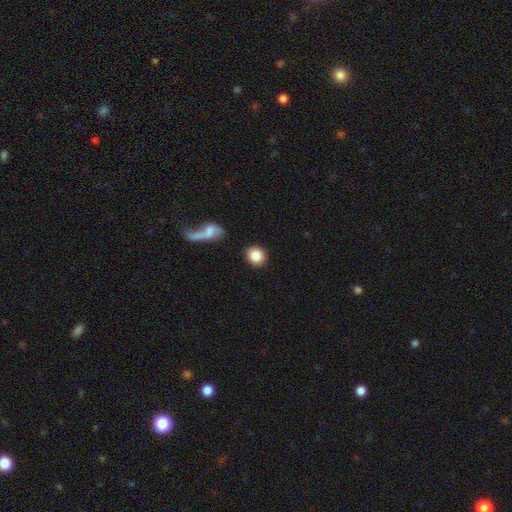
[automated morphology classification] Smooth or featured? smooth (85%)
How rounded? round (82%)
Merging? none (83%)